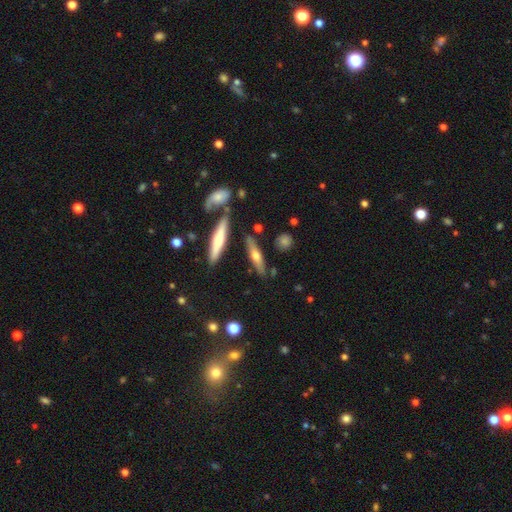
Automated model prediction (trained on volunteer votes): Overall: featured or disk (52%; smooth 40%). Edge-on disk: yes (92%). Merging: none (80%).